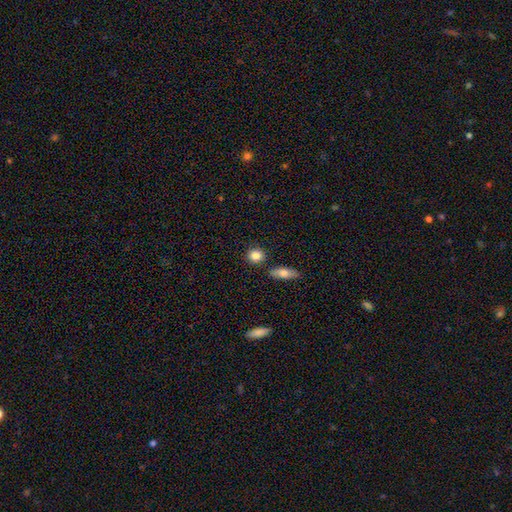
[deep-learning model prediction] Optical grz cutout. It shows a smooth galaxy with no disk features (85%) that is round (80%). Merging: none (85%).